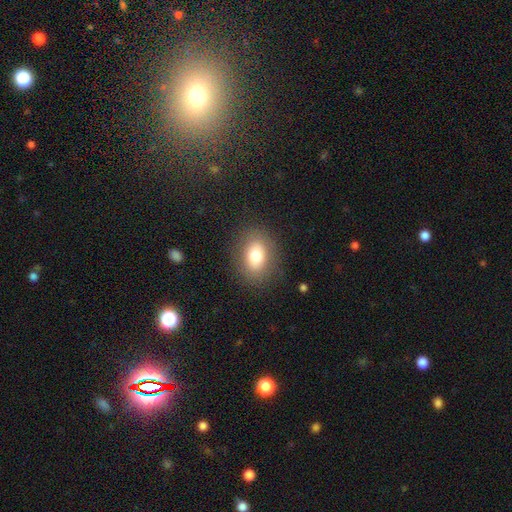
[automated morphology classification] type=smooth (75%); roundness=in between (71%); merging=none (84%).